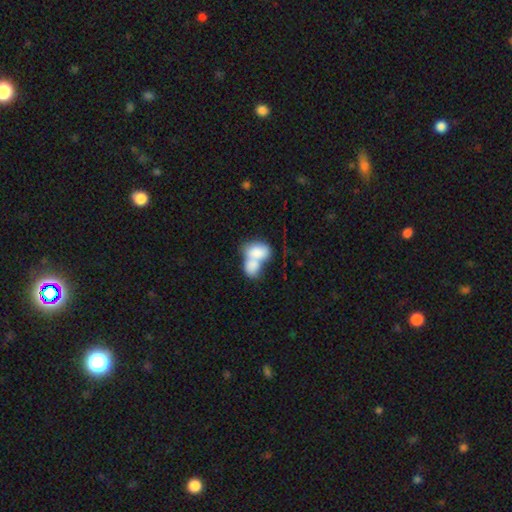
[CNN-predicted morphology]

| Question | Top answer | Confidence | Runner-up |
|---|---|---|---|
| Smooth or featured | smooth | 77% | featured or disk (16%) |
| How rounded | in between | 84% | round (15%) |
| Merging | merger | 77% | none (12%) |